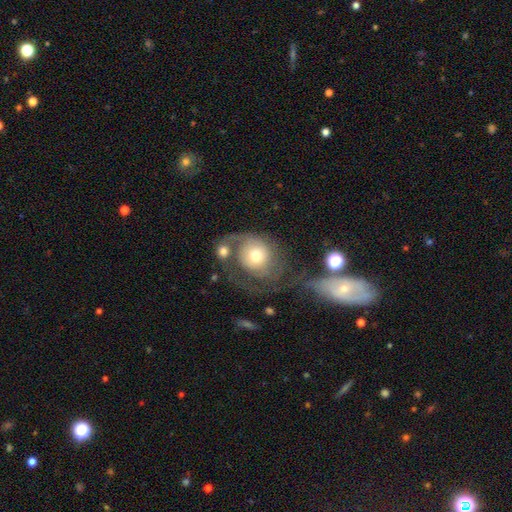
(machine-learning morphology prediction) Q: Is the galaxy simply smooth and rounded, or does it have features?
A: featured or disk — 53%.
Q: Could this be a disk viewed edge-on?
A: no — 97%.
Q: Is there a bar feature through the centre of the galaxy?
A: no — 81%.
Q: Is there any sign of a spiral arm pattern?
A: yes — 71%.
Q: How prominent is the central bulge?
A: moderate — 63%.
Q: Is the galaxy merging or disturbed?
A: major disturbance — 34%.